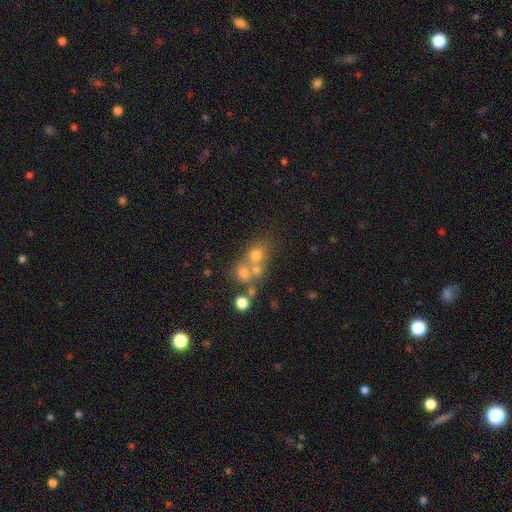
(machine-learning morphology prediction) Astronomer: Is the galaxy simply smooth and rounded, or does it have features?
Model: smooth — 59%.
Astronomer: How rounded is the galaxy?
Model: round — 76%.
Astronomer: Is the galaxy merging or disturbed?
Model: merger — 47% (runner-up: none, 40%).